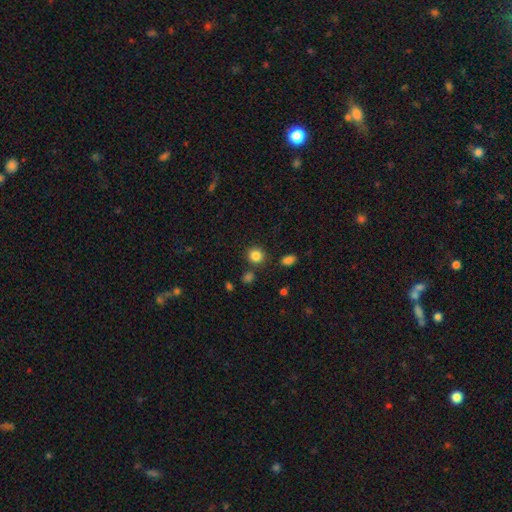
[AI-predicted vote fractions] smooth 85%, star or artifact 11%, featured or disk 4%. Down the decision tree: how rounded — round (86%); merging — none (84%).